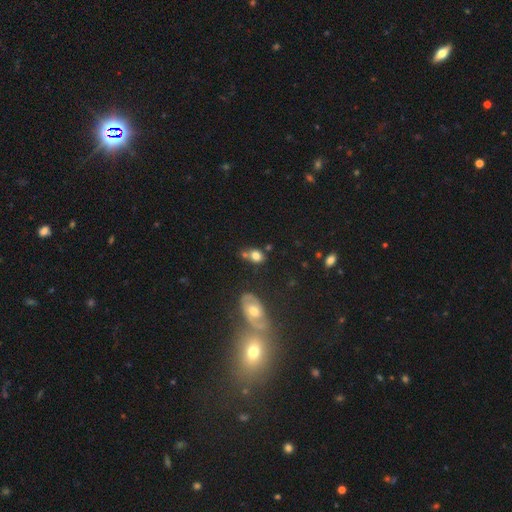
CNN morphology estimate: Smooth or featured?
  - smooth: 76% *
  - featured or disk: 13%
  - star or artifact: 11%
How rounded?
  - in between: 61% *
  - round: 37%
  - cigar-shaped: 2%
Merging?
  - none: 46% *
  - merger: 27%
  - minor disturbance: 19%
  - major disturbance: 8%